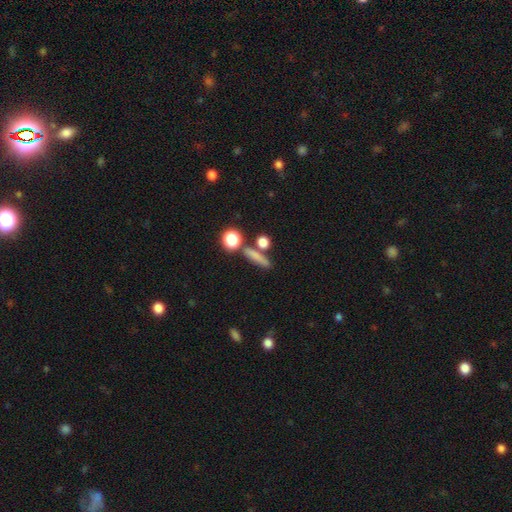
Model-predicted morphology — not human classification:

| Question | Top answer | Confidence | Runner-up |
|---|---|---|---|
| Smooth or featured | smooth | 75% | featured or disk (14%) |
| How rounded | cigar-shaped | 59% | round (22%) |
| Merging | none | 68% | merger (14%) |